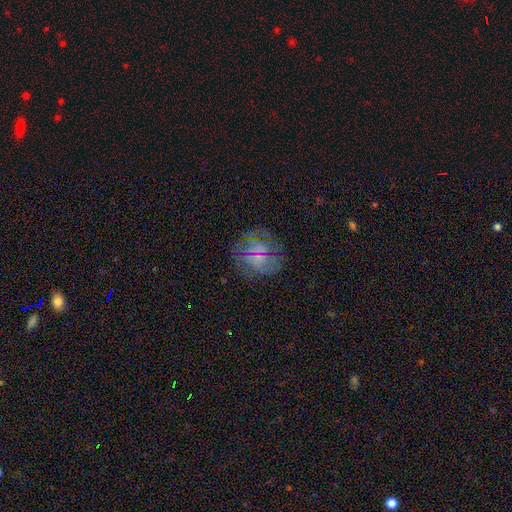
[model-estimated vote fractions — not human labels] A featured or disk galaxy (49%). Merging: none (73%).